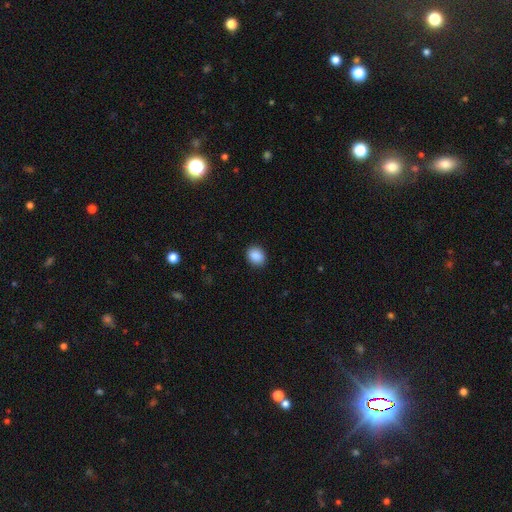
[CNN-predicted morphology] Smooth or featured: smooth — 89% (star or artifact — 8%)
How rounded: round — 52% (in between — 47%)
Merging: none — 90% (minor disturbance — 7%)